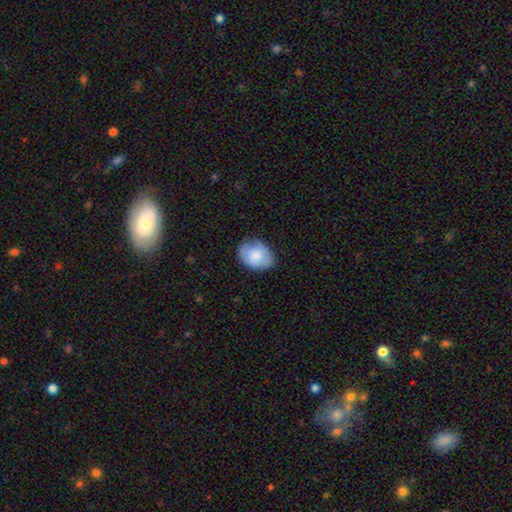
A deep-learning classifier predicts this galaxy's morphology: smooth_or_featured: smooth (p=0.79) [alt: featured or disk p=0.14]
how_rounded: in between (p=0.65) [alt: round p=0.34]
merging: none (p=0.77) [alt: minor disturbance p=0.18]